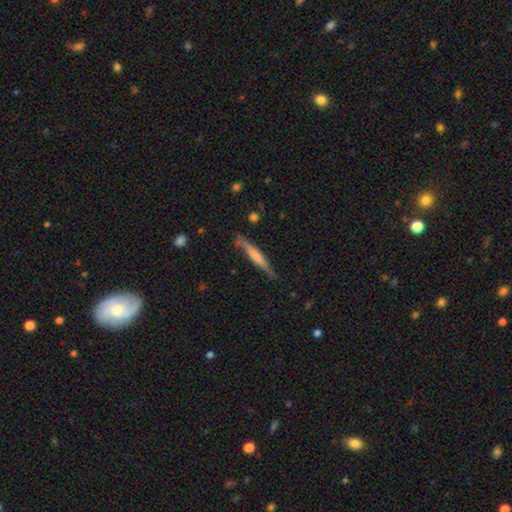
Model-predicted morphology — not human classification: Smooth or featured? Predicted: featured or disk (p=0.48). Merging? Predicted: none (p=0.73).